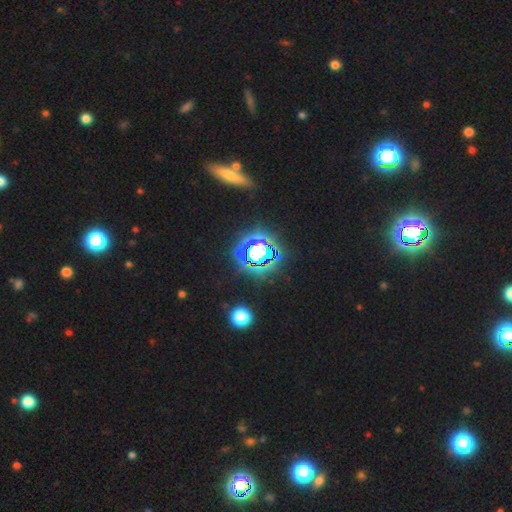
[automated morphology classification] A star or artifact, not a galaxy (73%).

Vote fractions:
- Smooth or featured? star or artifact: 73% / smooth: 15% / featured or disk: 12%